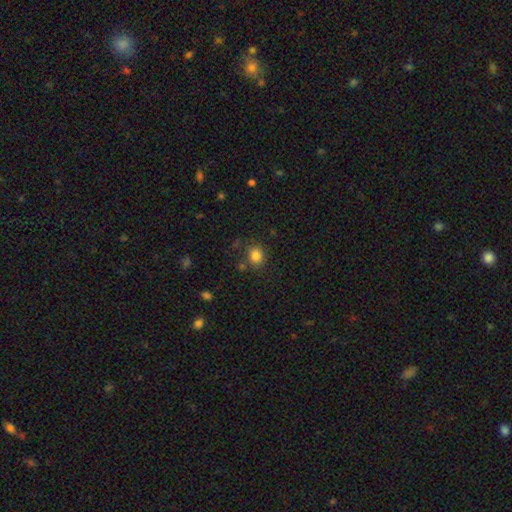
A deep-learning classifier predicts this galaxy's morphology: type=smooth (83%); roundness=round (72%); merging=none (78%).